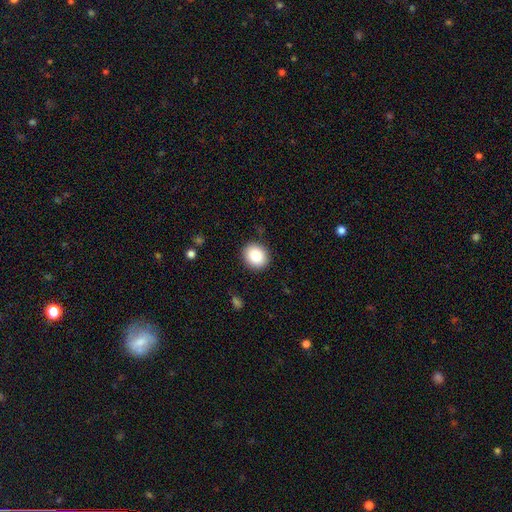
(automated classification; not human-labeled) smooth-or-featured: smooth: 84% | star or artifact: 9% | featured or disk: 7%
  how-rounded: round: 74% | in between: 26% | cigar-shaped: 1%
  merging: none: 90% | minor disturbance: 7% | major disturbance: 2% | merger: 1%